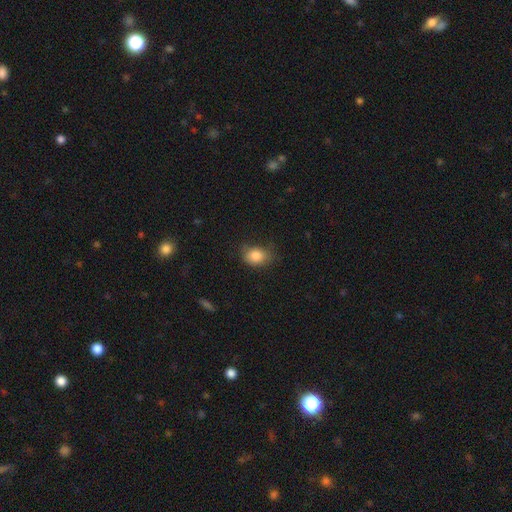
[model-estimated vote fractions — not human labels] smooth-or-featured: smooth: 84% | star or artifact: 9% | featured or disk: 7%
  how-rounded: in between: 64% | round: 35% | cigar-shaped: 1%
  merging: none: 65% | minor disturbance: 27% | major disturbance: 7% | merger: 2%